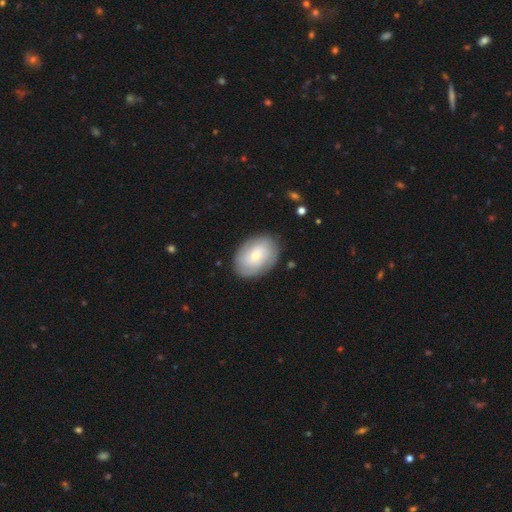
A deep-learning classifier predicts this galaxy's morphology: Smooth or featured: smooth — 54% (featured or disk — 39%)
How rounded: in between — 75% (round — 24%)
Merging: none — 82% (minor disturbance — 13%)